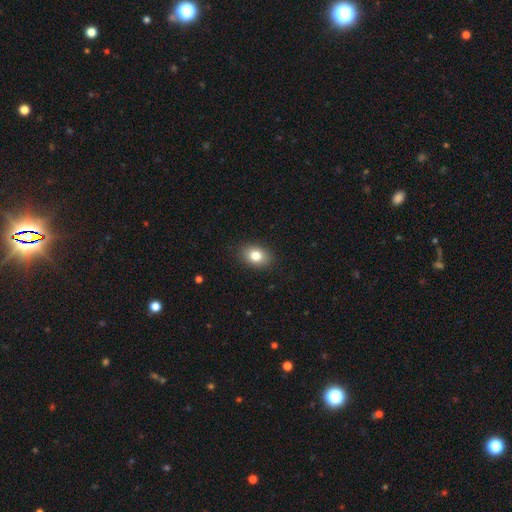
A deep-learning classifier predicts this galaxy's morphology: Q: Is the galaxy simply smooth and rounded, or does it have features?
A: smooth — 81%.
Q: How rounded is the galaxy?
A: in between — 73%.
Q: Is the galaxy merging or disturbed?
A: none — 89%.